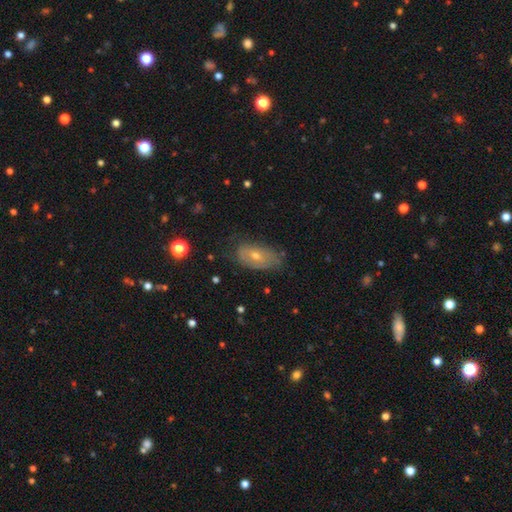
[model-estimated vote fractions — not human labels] A smooth galaxy with no disk features (44%, tied with featured or disk). Merging: none (62%).